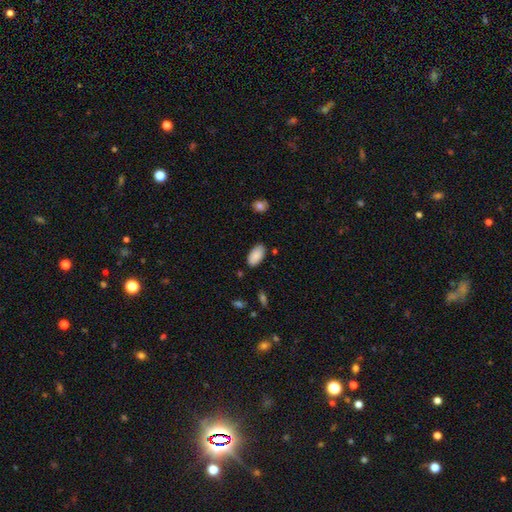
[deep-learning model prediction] This appears to be a smooth galaxy with no disk features (88%) that is in between round and cigar-shaped (95%). Merging: none (84%).